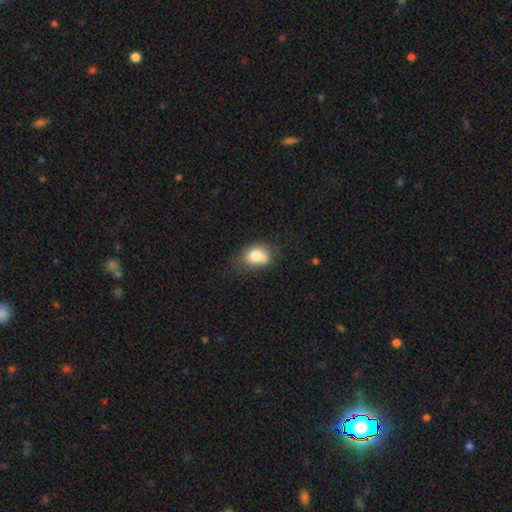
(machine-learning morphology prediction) smooth-or-featured: smooth: 78% | featured or disk: 12% | star or artifact: 9%
  how-rounded: in between: 67% | round: 32% | cigar-shaped: 1%
  merging: none: 48% | minor disturbance: 31% | major disturbance: 12% | merger: 9%